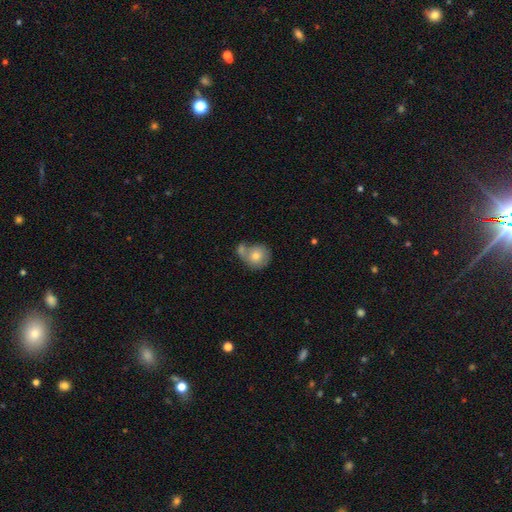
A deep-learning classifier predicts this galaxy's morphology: Smooth or featured? Predicted: smooth (p=0.69). How rounded? Predicted: round (p=0.83). Merging? Predicted: merger (p=0.41).